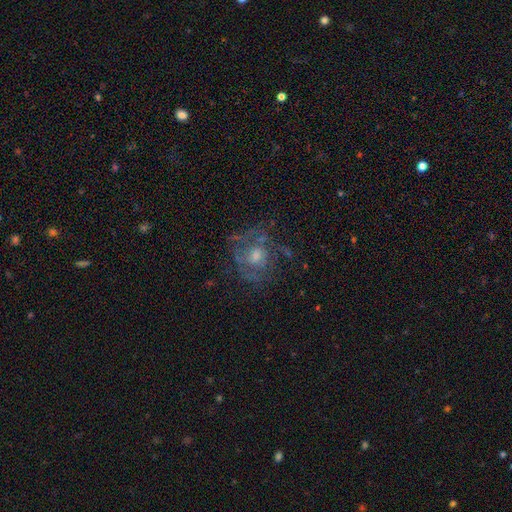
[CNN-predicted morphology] Smooth or featured: featured or disk — 65% (smooth — 21%)
Edge-on disk: no — 97% (yes — 3%)
Bar: no — 78% (weak — 19%)
Spiral arms: yes — 60% (no — 40%)
Bulge size: moderate — 58% (small — 26%)
Merging: none — 59% (major disturbance — 20%)